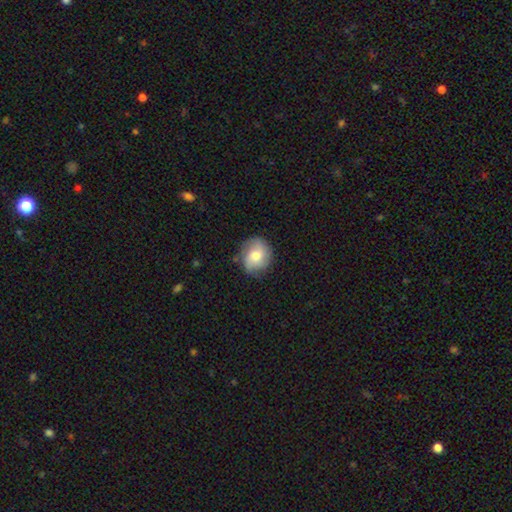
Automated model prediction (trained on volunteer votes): This is possibly a smooth galaxy (51%). How rounded: likely round (72%). Merging: likely none (74%).